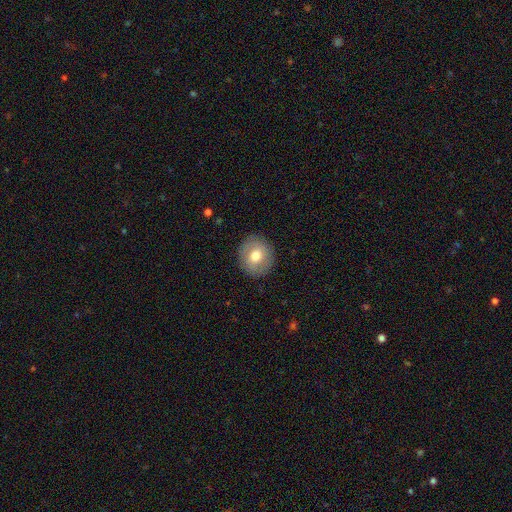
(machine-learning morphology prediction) Q: Smooth or featured?
A: smooth (70%); runner-up: featured or disk (22%)
Q: How rounded?
A: round (83%); runner-up: in between (16%)
Q: Merging?
A: none (88%); runner-up: minor disturbance (8%)